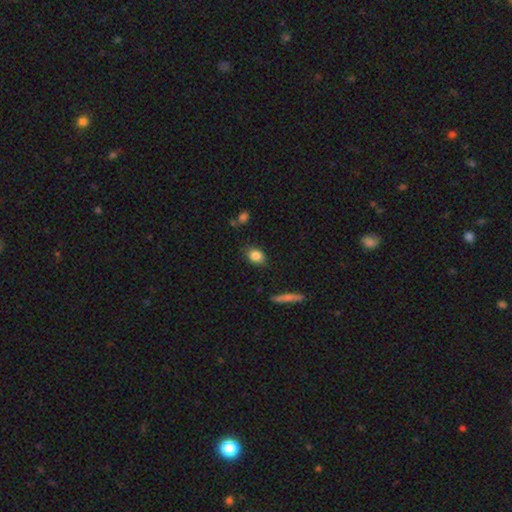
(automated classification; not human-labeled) Smooth or featured? Predicted: smooth (p=0.84). How rounded? Predicted: in between (p=0.66). Merging? Predicted: none (p=0.83).